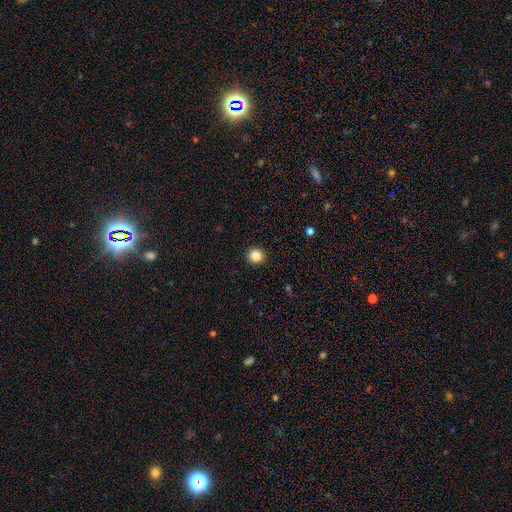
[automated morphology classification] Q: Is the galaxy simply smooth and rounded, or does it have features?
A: smooth — 86%.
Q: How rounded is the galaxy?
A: round — 84%.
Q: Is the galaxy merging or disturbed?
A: none — 92%.